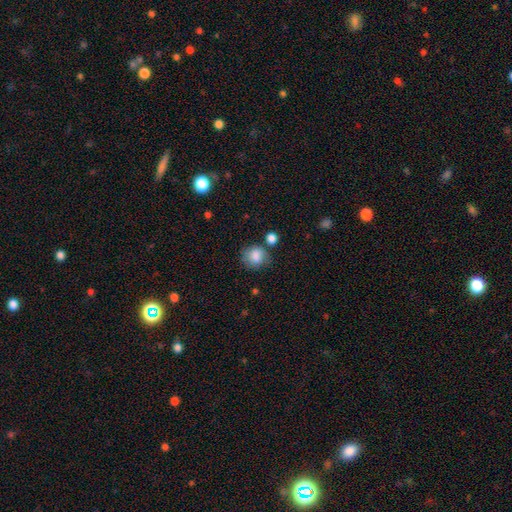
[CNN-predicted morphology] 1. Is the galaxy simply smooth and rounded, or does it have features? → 83% smooth, 9% star or artifact, 9% featured or disk.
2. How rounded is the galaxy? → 77% round, 23% in between, 1% cigar-shaped.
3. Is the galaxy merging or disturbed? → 65% none, 20% minor disturbance, 8% merger, 7% major disturbance.